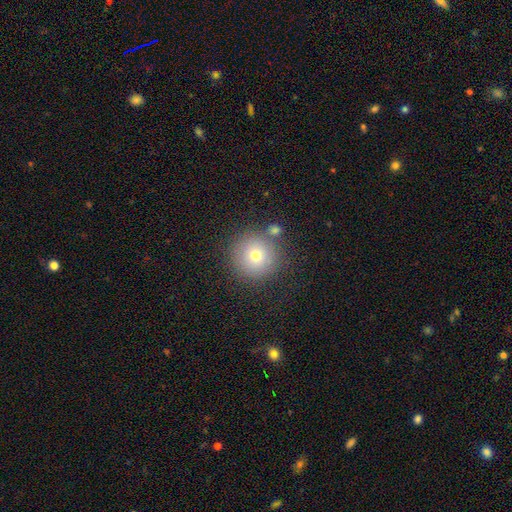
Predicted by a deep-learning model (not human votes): smooth-or-featured: smooth: 72% | star or artifact: 14% | featured or disk: 14%
  how-rounded: round: 96% | in between: 3% | cigar-shaped: 1%
  merging: none: 78% | minor disturbance: 9% | merger: 9% | major disturbance: 4%